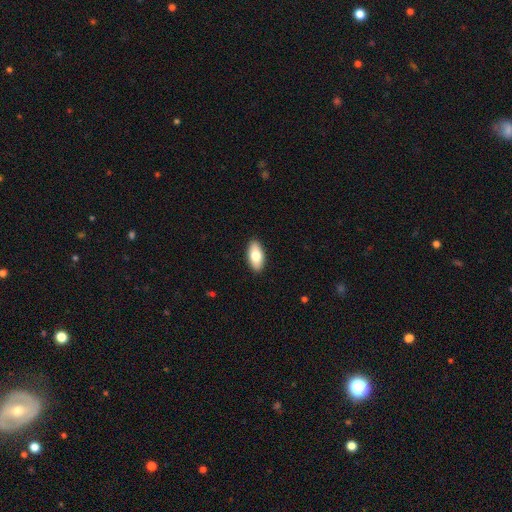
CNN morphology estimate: This appears to be a smooth galaxy with no disk features (78%) that is in between round and cigar-shaped (91%). Merging: none (91%).